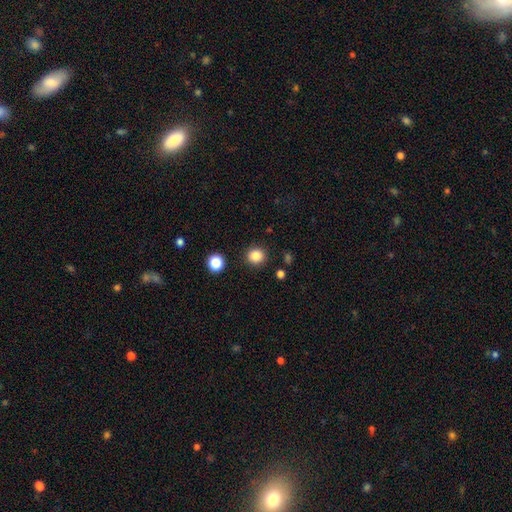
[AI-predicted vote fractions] Smooth or featured? Predicted: smooth (p=0.85). How rounded? Predicted: round (p=0.91). Merging? Predicted: none (p=0.89).